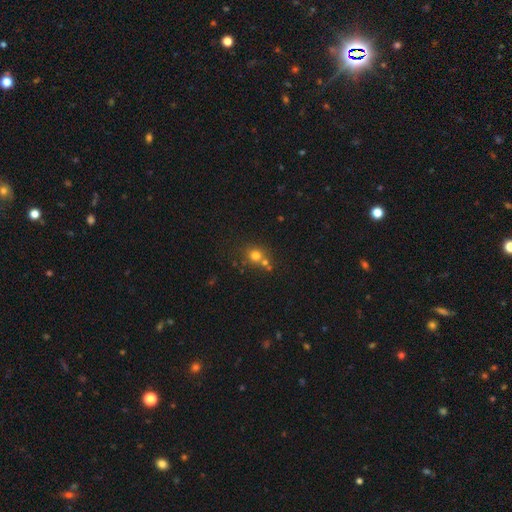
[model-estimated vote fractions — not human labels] Smooth or featured: smooth — 72% (star or artifact — 17%)
How rounded: round — 84% (in between — 15%)
Merging: none — 56% (merger — 30%)